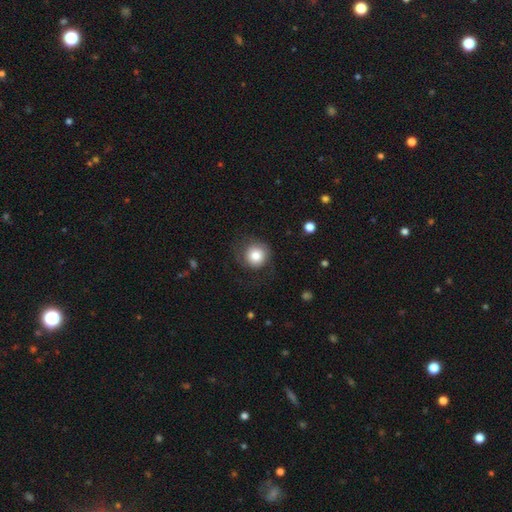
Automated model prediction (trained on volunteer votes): smooth 75%, featured or disk 17%, star or artifact 8%. Down the decision tree: how rounded — round (92%); merging — none (66%).